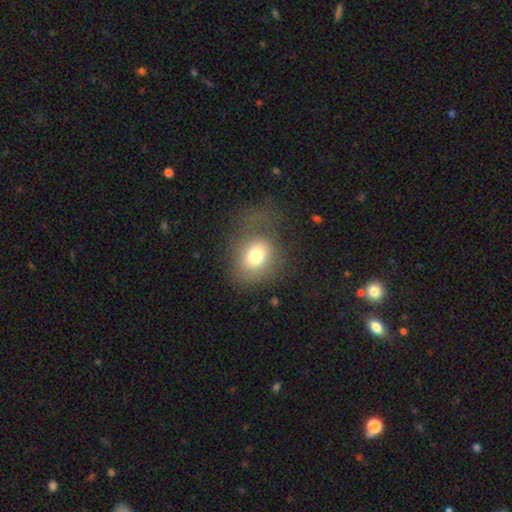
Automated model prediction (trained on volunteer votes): Overall: smooth (74%). How rounded: round (58%; in between 41%). Merging: none (45%; major disturbance 31%).